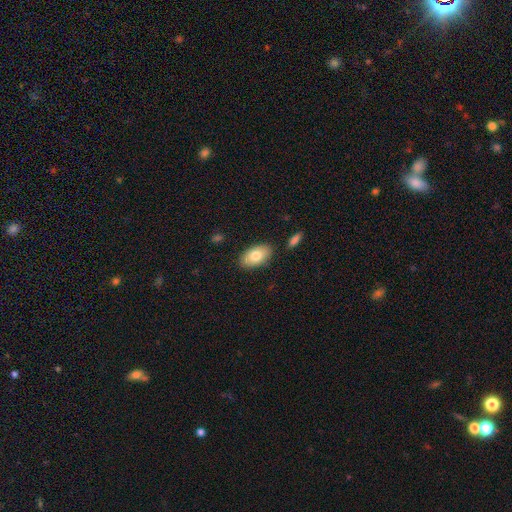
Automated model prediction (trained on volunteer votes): Overall: smooth (79%). How rounded: in between (94%). Merging: none (85%).